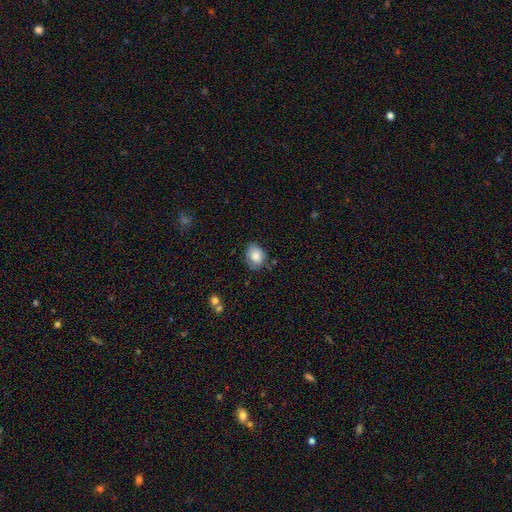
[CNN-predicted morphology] A smooth galaxy with no disk features (80%) that is in between round and cigar-shaped (52%). Merging: none (68%).